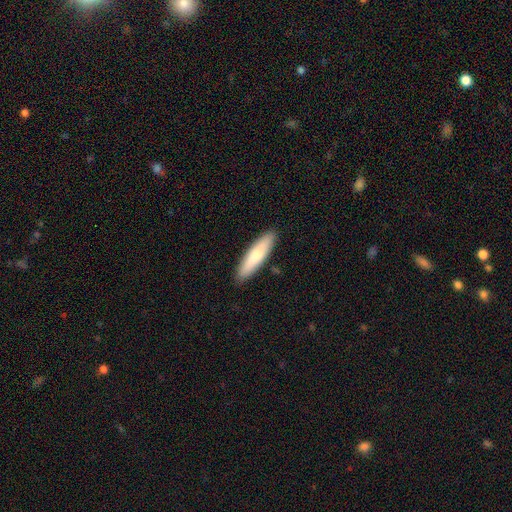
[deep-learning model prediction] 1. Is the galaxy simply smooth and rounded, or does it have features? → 76% smooth, 19% featured or disk, 5% star or artifact.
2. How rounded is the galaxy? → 73% cigar-shaped, 25% in between, 1% round.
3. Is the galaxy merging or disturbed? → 89% none, 8% minor disturbance, 2% major disturbance, 1% merger.